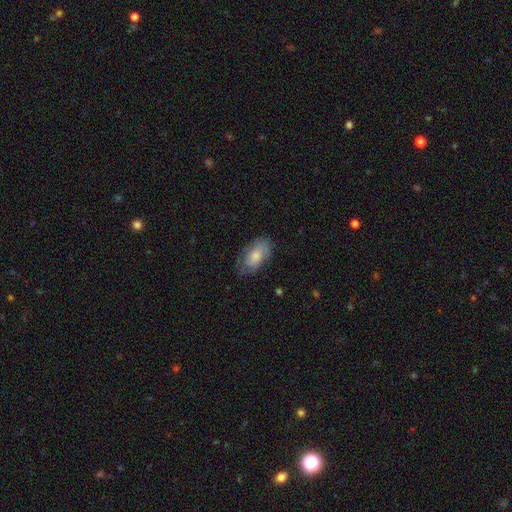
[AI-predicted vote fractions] smooth_or_featured: smooth (p=0.66) [alt: featured or disk p=0.27]
how_rounded: in between (p=0.92) [alt: round p=0.05]
merging: none (p=0.66) [alt: minor disturbance p=0.25]